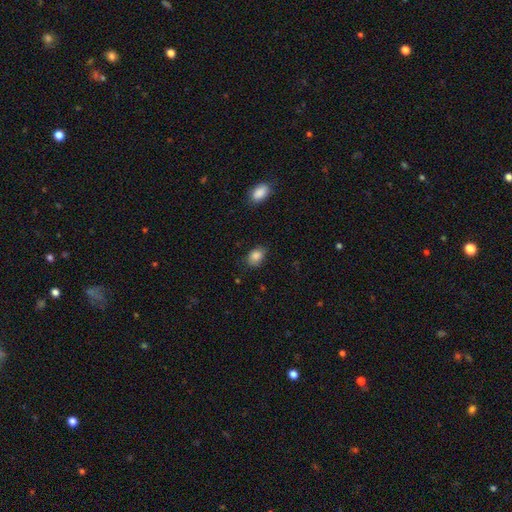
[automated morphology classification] Smooth or featured: smooth — 86% (star or artifact — 9%)
How rounded: in between — 80% (round — 19%)
Merging: none — 79% (minor disturbance — 16%)